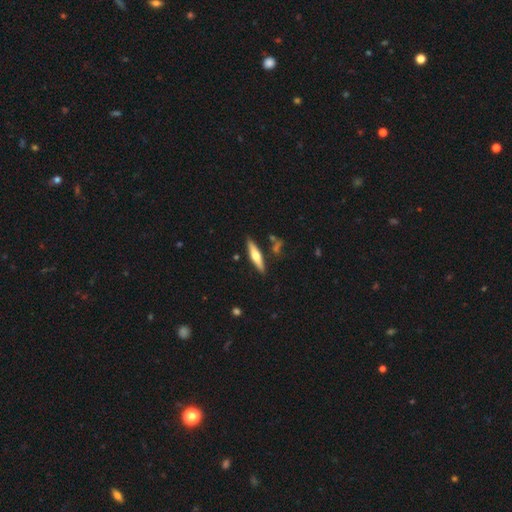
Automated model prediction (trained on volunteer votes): Overall: featured or disk (54%; smooth 41%). Edge-on disk: yes (94%). Edge-on bulge: rounded (92%). Merging: none (85%).